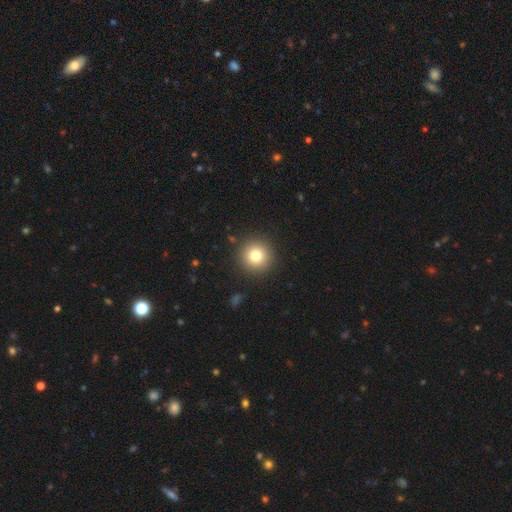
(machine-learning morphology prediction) smooth-or-featured: smooth: 79% | star or artifact: 11% | featured or disk: 10%
  how-rounded: round: 95% | in between: 4% | cigar-shaped: 1%
  merging: none: 91% | minor disturbance: 6% | major disturbance: 2% | merger: 1%